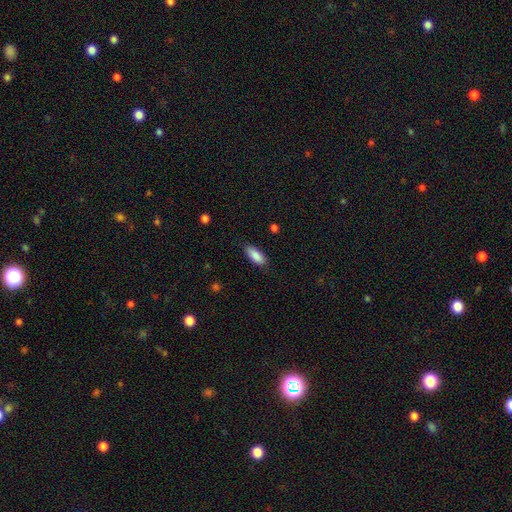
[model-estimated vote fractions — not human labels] A smooth galaxy with no disk features (88%) that is in between round and cigar-shaped (81%). Merging: none (83%).